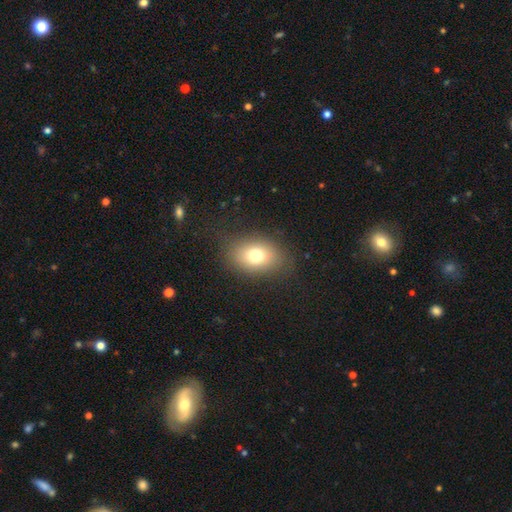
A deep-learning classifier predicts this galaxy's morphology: type=smooth (74%); roundness=in between (71%); merging=none (79%).